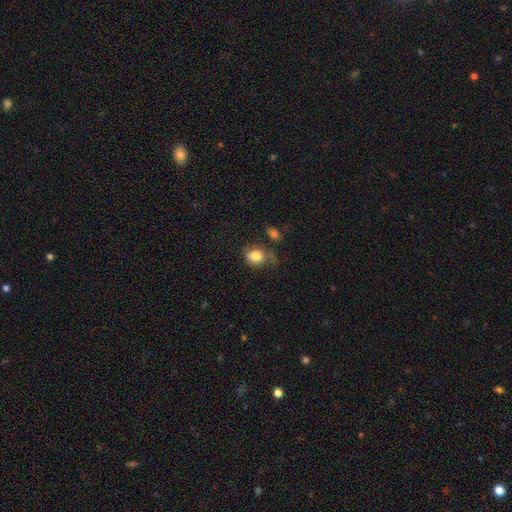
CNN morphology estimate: Smooth or featured? smooth (81%)
How rounded? in between (52%)
Merging? none (43%)